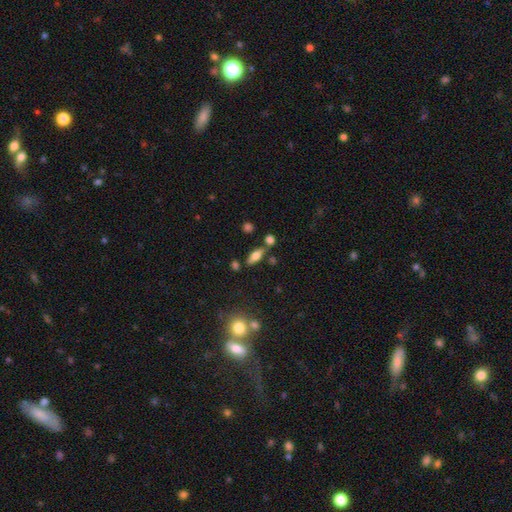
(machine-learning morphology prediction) Smooth or featured? smooth (65%)
How rounded? in between (70%)
Merging? none (73%)